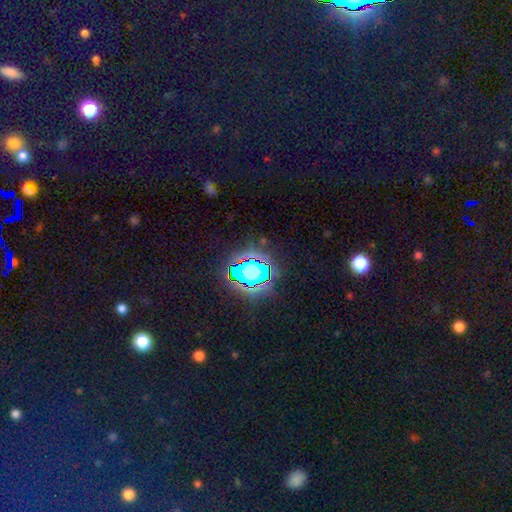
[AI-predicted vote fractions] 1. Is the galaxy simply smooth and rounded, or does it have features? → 80% star or artifact, 13% smooth, 7% featured or disk.